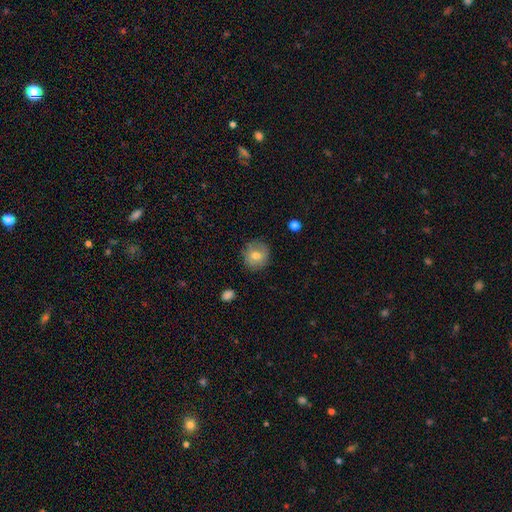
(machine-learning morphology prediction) This is likely a smooth galaxy (72%). How rounded: clearly round (89%). Merging: clearly none (83%).